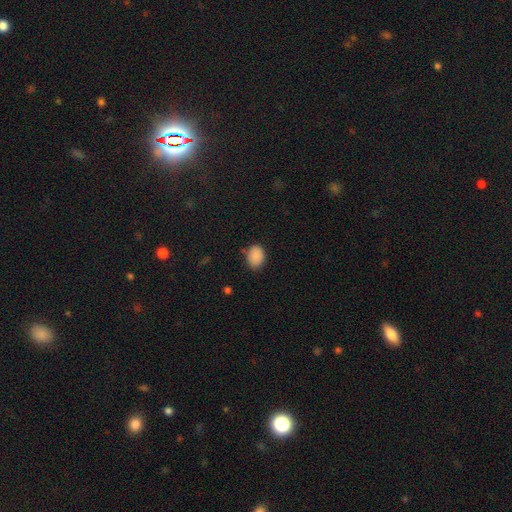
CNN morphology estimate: smooth_or_featured: smooth (p=0.89) [alt: star or artifact p=0.08]
how_rounded: in between (p=0.70) [alt: round p=0.29]
merging: none (p=0.79) [alt: minor disturbance p=0.16]